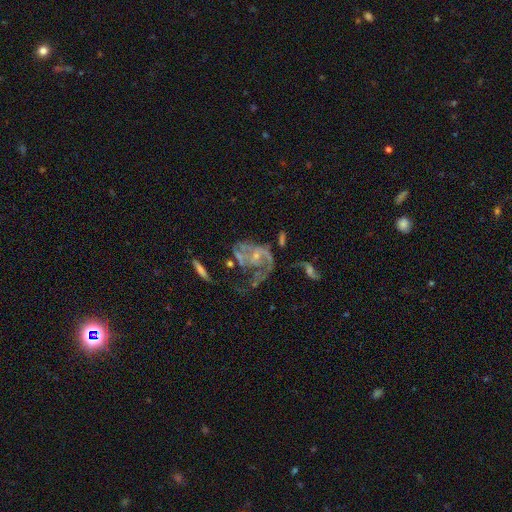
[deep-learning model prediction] Smooth or featured? featured or disk (76%)
Edge-on disk? no (97%)
Bar? no (68%)
Spiral arms? yes (72%)
Spiral winding? loose (42%)
Spiral arm count? 1 (31%, tied with 2)
Bulge size? small (63%)
Merging? major disturbance (47%)